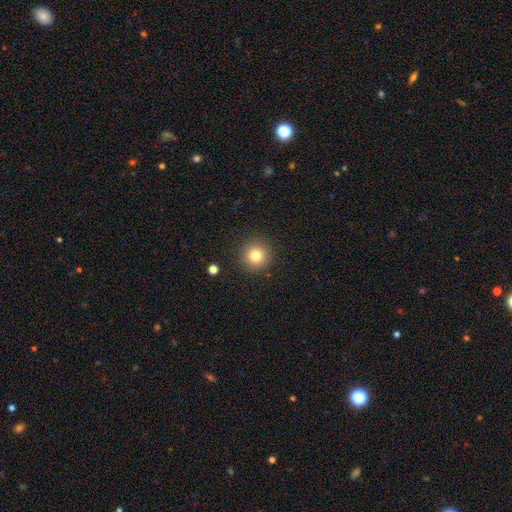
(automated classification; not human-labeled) Overall: smooth (79%). How rounded: round (95%). Merging: none (90%).